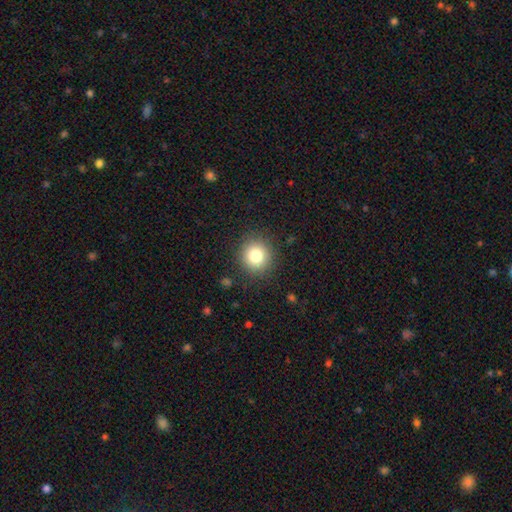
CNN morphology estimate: A smooth galaxy with no disk features (80%) that is round (91%). Merging: none (89%).